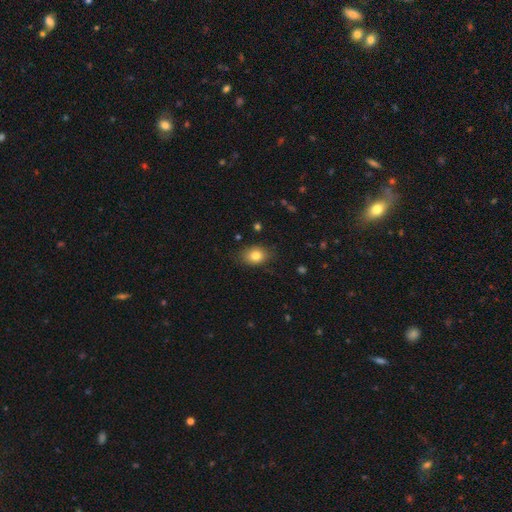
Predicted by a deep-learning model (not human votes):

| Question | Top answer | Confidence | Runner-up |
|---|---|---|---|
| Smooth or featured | smooth | 82% | star or artifact (10%) |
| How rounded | in between | 67% | round (32%) |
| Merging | none | 81% | minor disturbance (15%) |